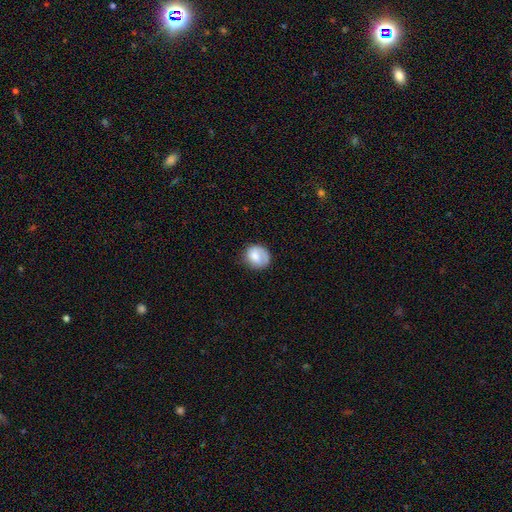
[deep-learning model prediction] smooth 74%, featured or disk 19%, star or artifact 7%. Down the decision tree: how rounded — round (72%); merging — none (65%).